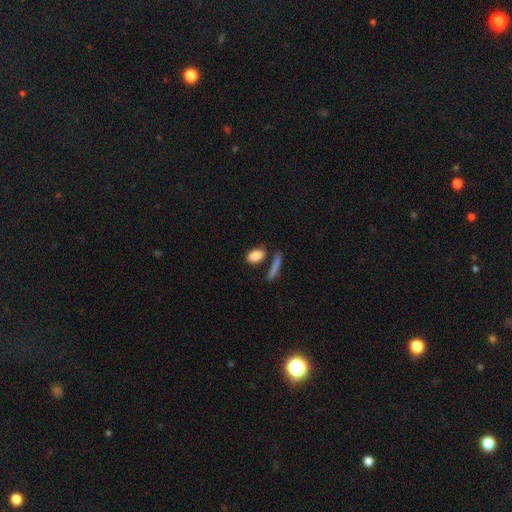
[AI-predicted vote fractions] This appears to be a smooth galaxy with no disk features (86%) that is in between round and cigar-shaped (83%). Merging: none (66%).